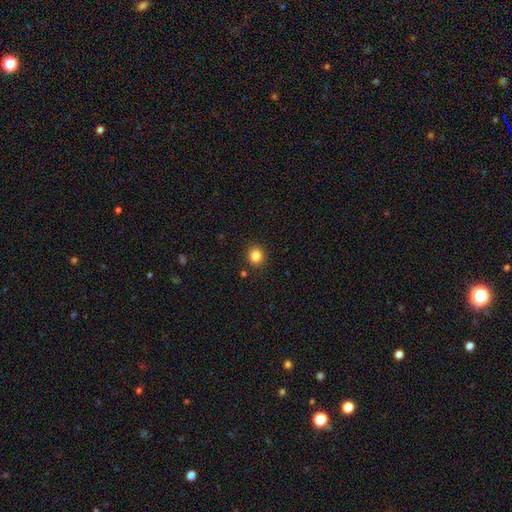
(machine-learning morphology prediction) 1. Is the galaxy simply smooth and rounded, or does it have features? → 84% smooth, 11% star or artifact, 5% featured or disk.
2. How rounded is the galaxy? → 84% round, 15% in between, 1% cigar-shaped.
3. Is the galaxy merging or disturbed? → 90% none, 6% minor disturbance, 2% merger, 2% major disturbance.